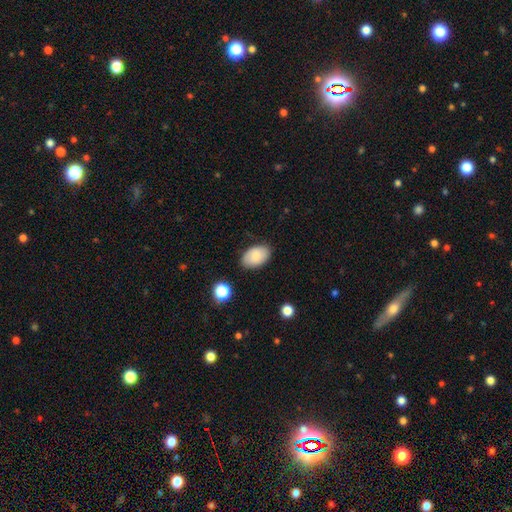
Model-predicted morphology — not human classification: smooth 84%, featured or disk 9%, star or artifact 7%. Down the decision tree: how rounded — in between (91%); merging — none (82%).